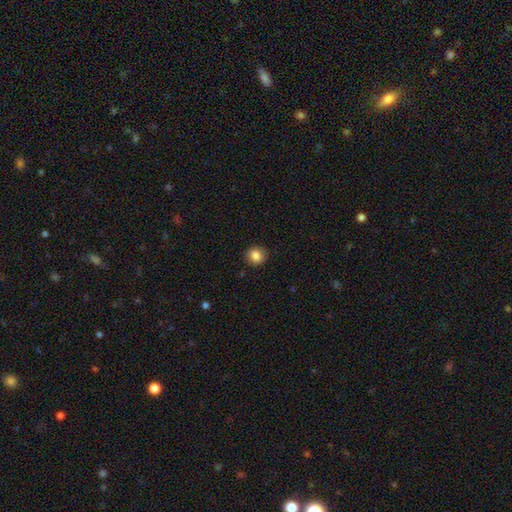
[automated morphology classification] Smooth or featured?
  - smooth: 86% *
  - star or artifact: 9%
  - featured or disk: 5%
How rounded?
  - round: 83% *
  - in between: 16%
  - cigar-shaped: 1%
Merging?
  - none: 89% *
  - minor disturbance: 8%
  - major disturbance: 2%
  - merger: 1%